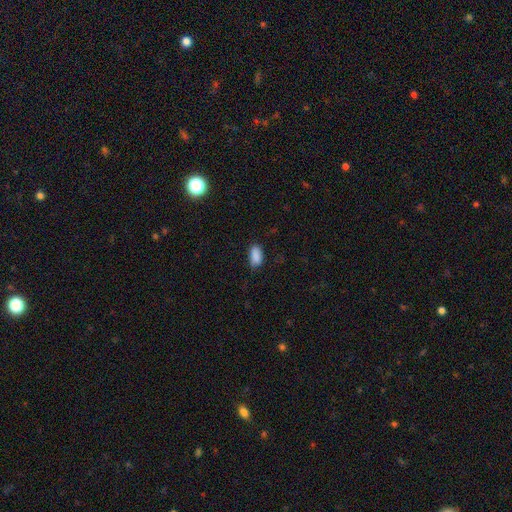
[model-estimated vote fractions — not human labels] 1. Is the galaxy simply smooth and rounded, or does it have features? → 89% smooth, 8% star or artifact, 3% featured or disk.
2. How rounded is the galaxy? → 91% in between, 5% cigar-shaped, 4% round.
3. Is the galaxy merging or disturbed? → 77% none, 18% minor disturbance, 4% major disturbance, 1% merger.